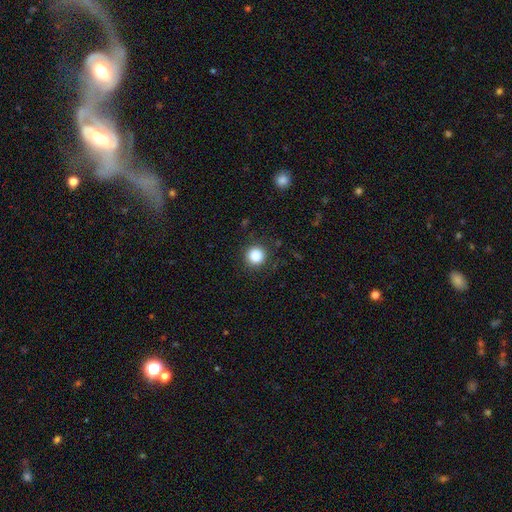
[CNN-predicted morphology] Overall: smooth (86%). How rounded: round (95%). Merging: none (89%).